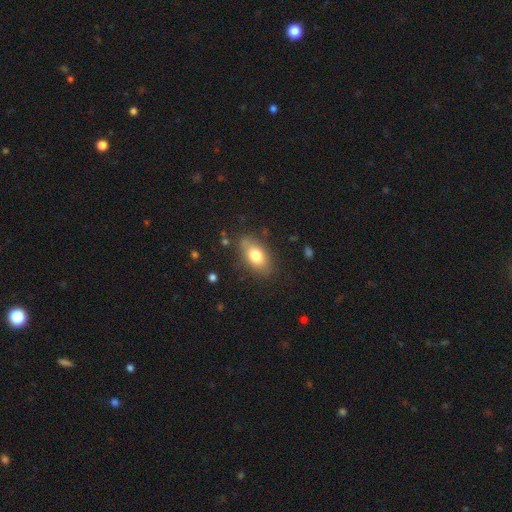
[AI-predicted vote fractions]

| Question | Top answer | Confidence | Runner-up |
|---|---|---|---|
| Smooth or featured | smooth | 76% | featured or disk (16%) |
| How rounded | in between | 86% | round (9%) |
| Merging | none | 79% | minor disturbance (15%) |